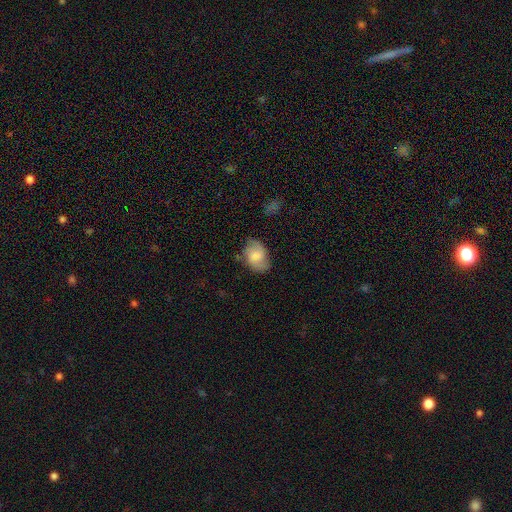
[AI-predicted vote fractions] Smooth or featured? Predicted: smooth (p=0.57). How rounded? Predicted: in between (p=0.79). Merging? Predicted: none (p=0.67).